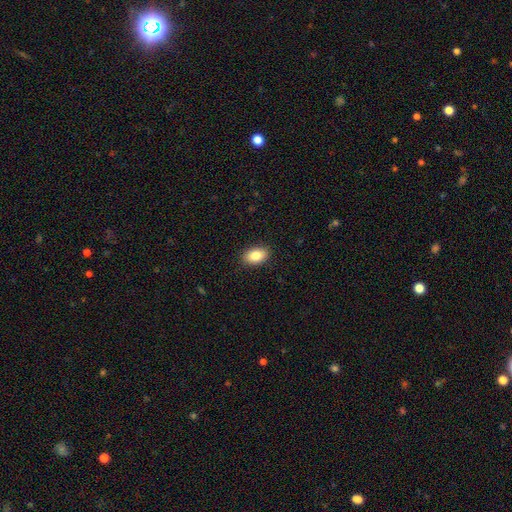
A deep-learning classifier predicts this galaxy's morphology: Smooth or featured? Predicted: smooth (p=0.85). How rounded? Predicted: in between (p=0.89). Merging? Predicted: none (p=0.89).